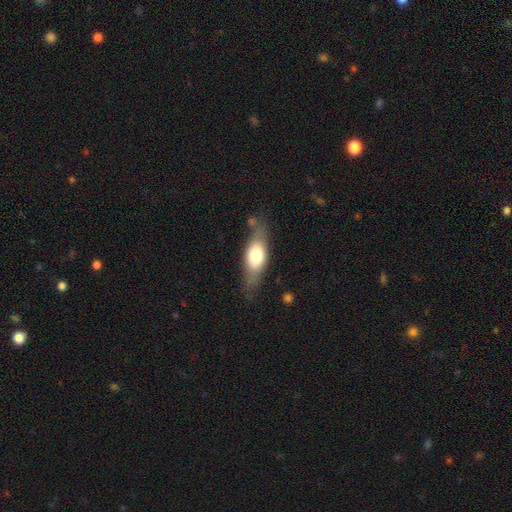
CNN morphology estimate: Smooth or featured? Predicted: smooth (p=0.62). How rounded? Predicted: in between (p=0.71). Merging? Predicted: none (p=0.68).